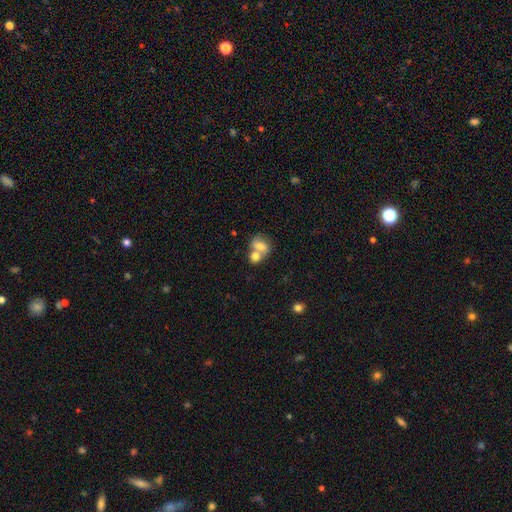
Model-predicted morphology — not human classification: A smooth galaxy with no disk features (73%) that is in between round and cigar-shaped (51%). Merging: merger (61%).